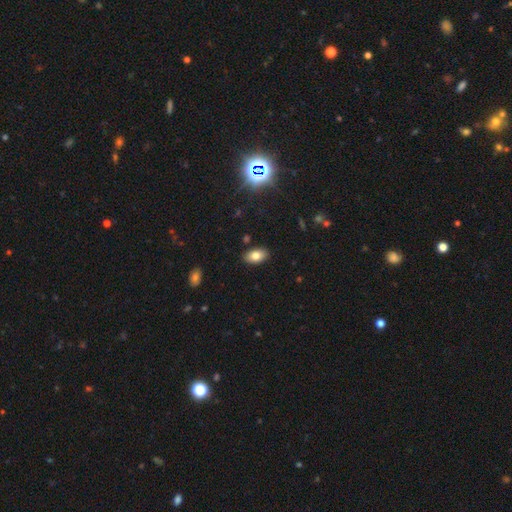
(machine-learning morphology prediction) Q: Smooth or featured?
A: smooth (80%); runner-up: featured or disk (11%)
Q: How rounded?
A: in between (93%); runner-up: round (5%)
Q: Merging?
A: none (88%); runner-up: minor disturbance (9%)